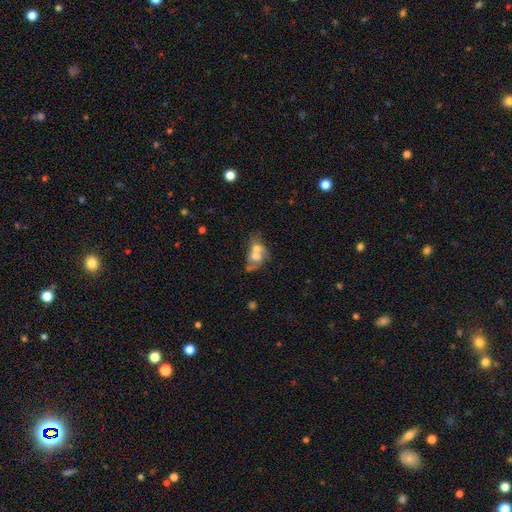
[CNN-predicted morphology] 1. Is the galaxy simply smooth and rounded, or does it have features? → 47% smooth, 42% featured or disk, 11% star or artifact.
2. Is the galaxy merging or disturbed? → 68% merger, 14% none, 11% major disturbance, 8% minor disturbance.